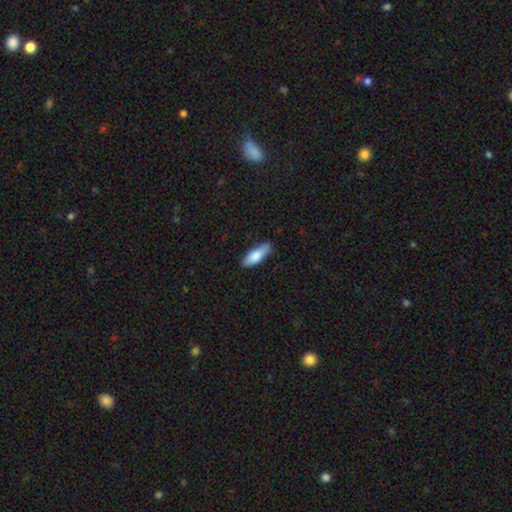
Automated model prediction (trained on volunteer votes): smooth_or_featured: smooth (p=0.81) [alt: featured or disk p=0.14]
how_rounded: in between (p=0.56) [alt: cigar-shaped p=0.42]
merging: none (p=0.84) [alt: minor disturbance p=0.13]